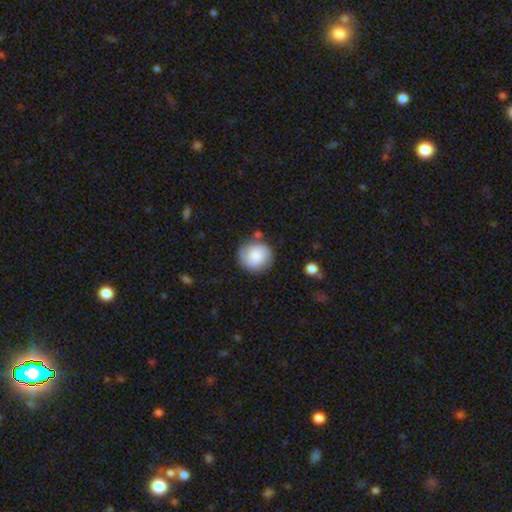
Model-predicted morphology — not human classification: This is possibly a smooth galaxy (60%). How rounded: clearly round (88%). Merging: likely none (74%).